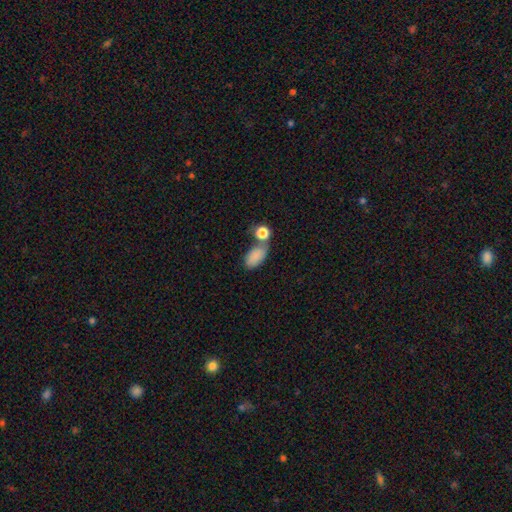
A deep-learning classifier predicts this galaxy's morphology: smooth 84%, star or artifact 9%, featured or disk 7%. Down the decision tree: how rounded — in between (91%); merging — none (49%).